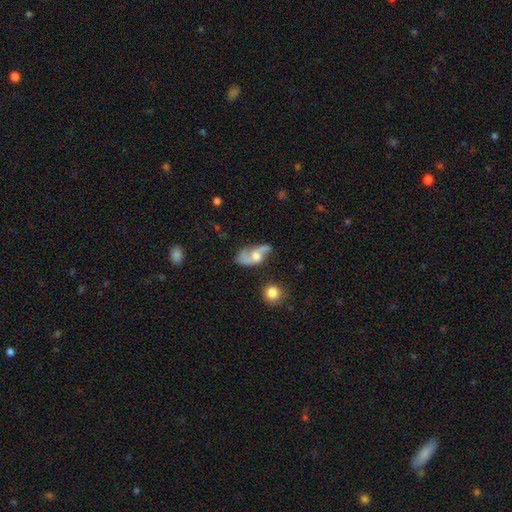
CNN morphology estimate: This appears to be a featured or disk galaxy (65%) with no bar (64%), 2 (83%) loose (66%) spiral arms (83%) and a moderate central bulge (52%). Merging: none (45%).